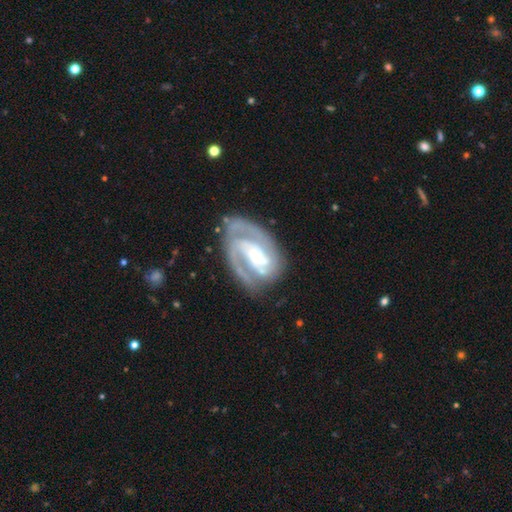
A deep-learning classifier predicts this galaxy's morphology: This appears to be a featured or disk galaxy (87%) with a weak bar (39%), 2 (52%) tight (54%) spiral arms (95%) and a small central bulge (55%). Merging: none (65%).